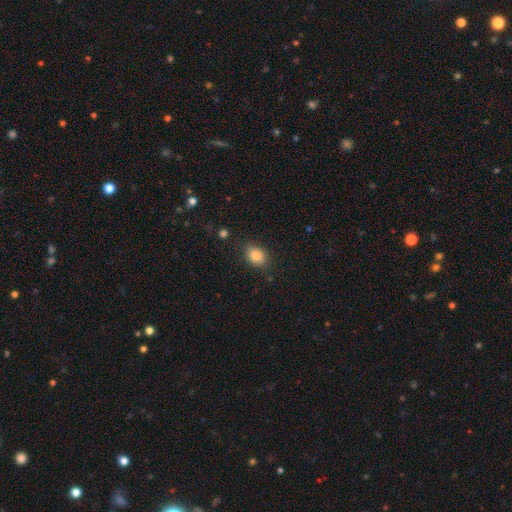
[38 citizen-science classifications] Smooth or featured: smooth — 79% (star or artifact — 13%)
How rounded: in between — 50% (round — 47%)
Merging: none — 82% (minor disturbance — 12%)